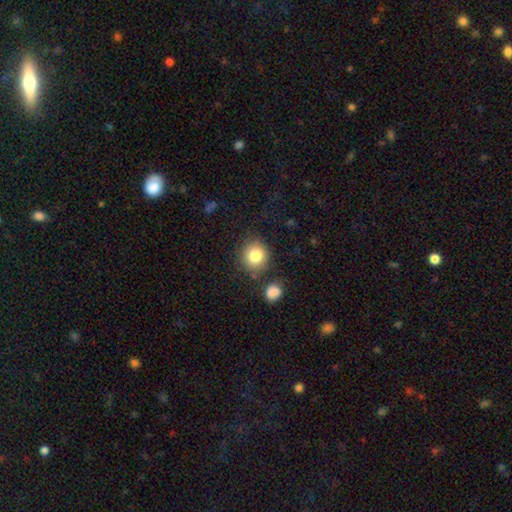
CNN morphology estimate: Smooth or featured? Predicted: smooth (p=0.81). How rounded? Predicted: round (p=0.84). Merging? Predicted: none (p=0.79).